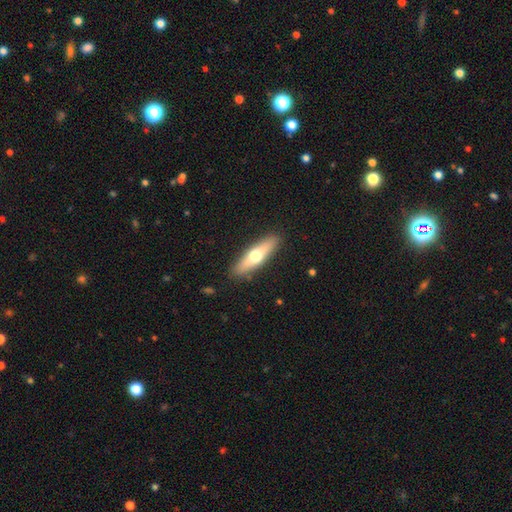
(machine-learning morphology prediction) Smooth or featured: smooth — 53% (featured or disk — 42%)
How rounded: cigar-shaped — 68% (in between — 30%)
Merging: none — 89% (minor disturbance — 8%)